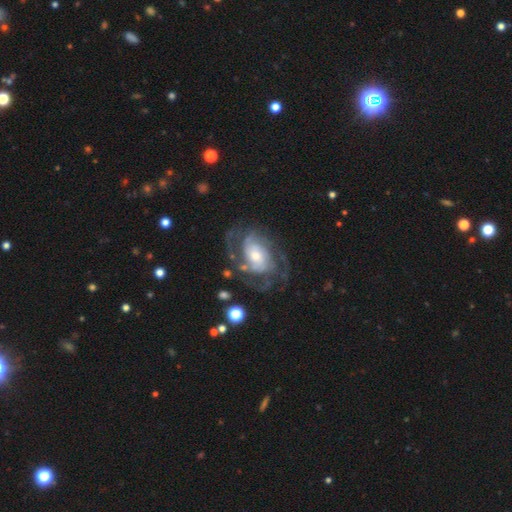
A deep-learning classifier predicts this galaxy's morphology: A featured or disk galaxy (86%) with no bar (65%), tight (49%) spiral arms (94%) and a moderate central bulge (49%). Merging: none (64%).